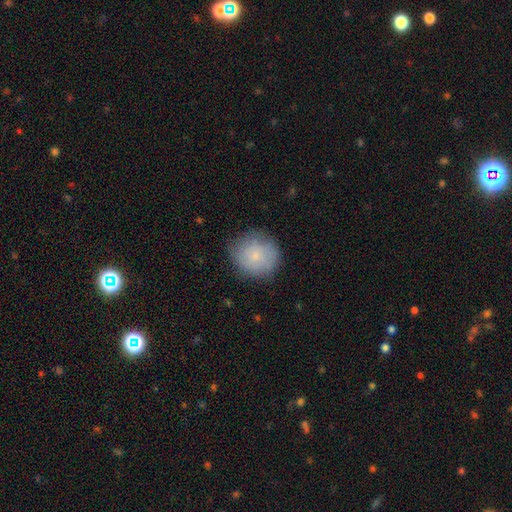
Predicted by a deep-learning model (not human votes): Smooth or featured? smooth (74%)
How rounded? round (89%)
Merging? none (77%)